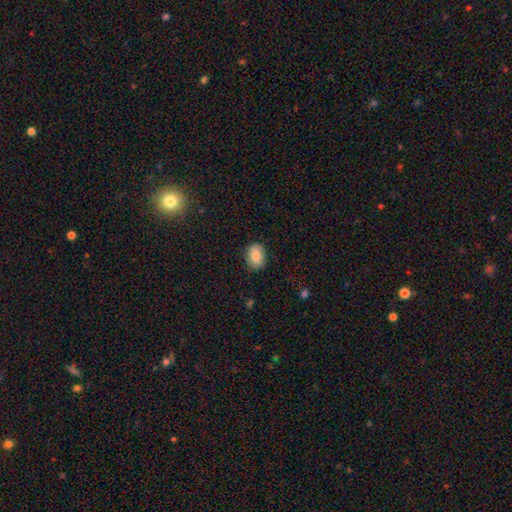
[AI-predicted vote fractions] A smooth galaxy with no disk features (85%) that is in between round and cigar-shaped (73%).

Vote fractions:
- Smooth or featured? smooth: 85% / star or artifact: 8% / featured or disk: 7%
- How rounded? in between: 73% / round: 26% / cigar-shaped: 1%
- Merging? none: 84% / minor disturbance: 12% / major disturbance: 2% / merger: 1%